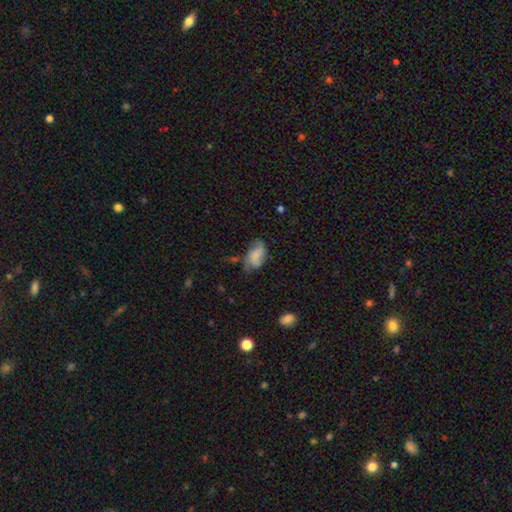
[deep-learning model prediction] This appears to be a smooth galaxy with no disk features (61%) that is in between round and cigar-shaped (91%). Merging: none (45%).